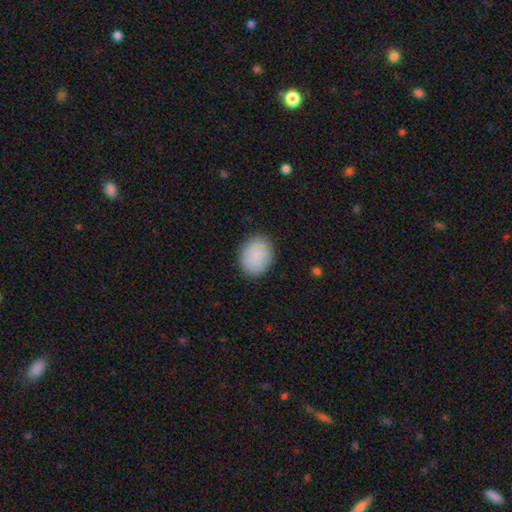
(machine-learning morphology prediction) smooth 90%, star or artifact 7%, featured or disk 4%. Down the decision tree: how rounded — in between (58%); merging — none (88%).